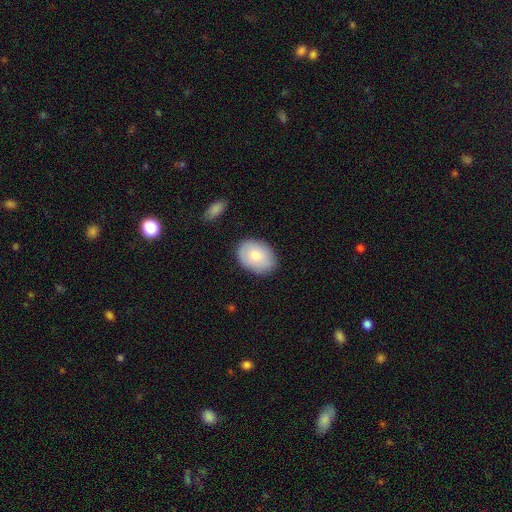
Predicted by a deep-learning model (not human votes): Smooth or featured: smooth — 77% (featured or disk — 17%)
How rounded: in between — 77% (round — 22%)
Merging: none — 82% (minor disturbance — 13%)